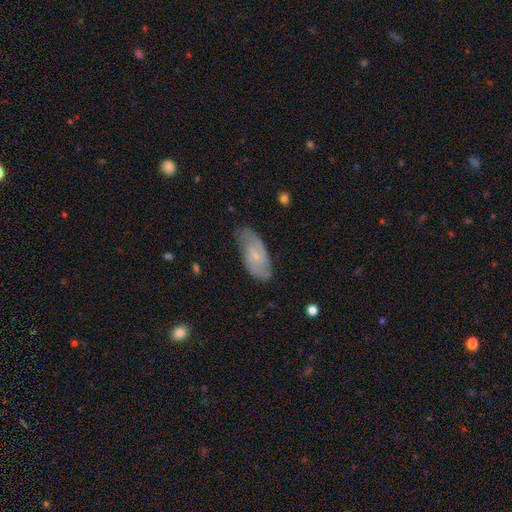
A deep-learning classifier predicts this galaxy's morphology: Q: Smooth or featured?
A: featured or disk (56%); runner-up: smooth (38%)
Q: Edge-on disk?
A: no (92%); runner-up: yes (8%)
Q: Bar?
A: no (56%); runner-up: weak (37%)
Q: Spiral arms?
A: yes (81%); runner-up: no (19%)
Q: Bulge size?
A: small (74%); runner-up: moderate (19%)
Q: Merging?
A: none (65%); runner-up: minor disturbance (26%)